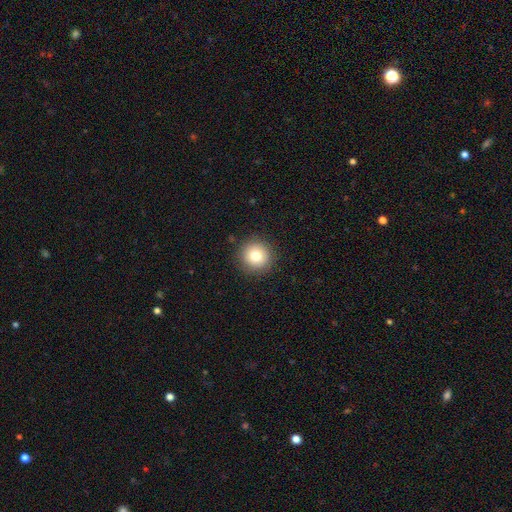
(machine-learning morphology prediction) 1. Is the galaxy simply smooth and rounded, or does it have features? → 79% smooth, 11% star or artifact, 10% featured or disk.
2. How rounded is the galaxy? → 95% round, 4% in between, 1% cigar-shaped.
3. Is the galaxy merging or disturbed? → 91% none, 6% minor disturbance, 2% major disturbance, 1% merger.